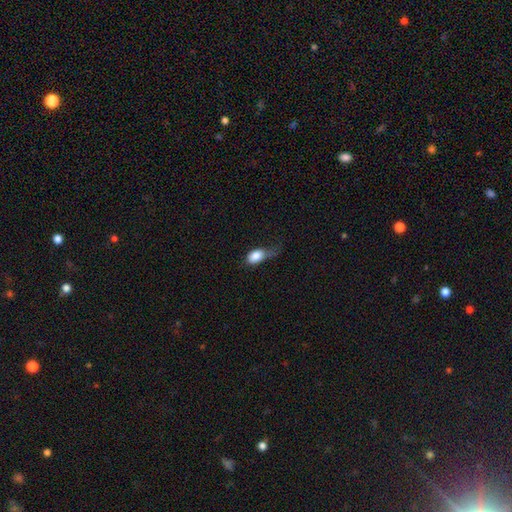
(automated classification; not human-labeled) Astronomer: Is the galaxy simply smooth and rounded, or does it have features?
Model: smooth — 83%.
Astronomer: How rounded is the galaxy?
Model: in between — 85%.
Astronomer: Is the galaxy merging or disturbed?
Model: major disturbance — 37% (runner-up: minor disturbance, 35%).